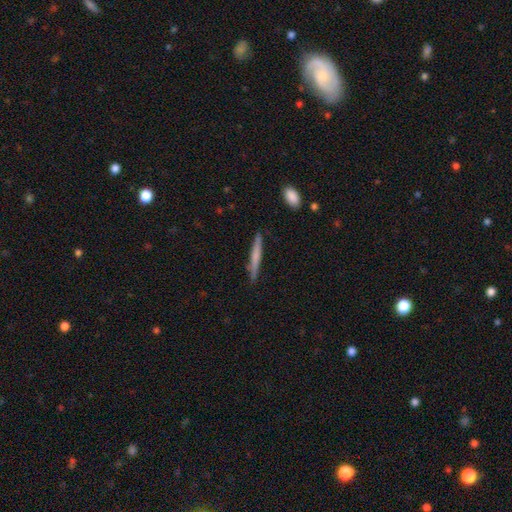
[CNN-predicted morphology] A smooth galaxy with no disk features (60%) that is cigar-shaped (95%).

Vote fractions:
- Smooth or featured? smooth: 60% / featured or disk: 34% / star or artifact: 5%
- How rounded? cigar-shaped: 95% / in between: 3% / round: 1%
- Merging? none: 86% / minor disturbance: 10% / major disturbance: 2% / merger: 2%